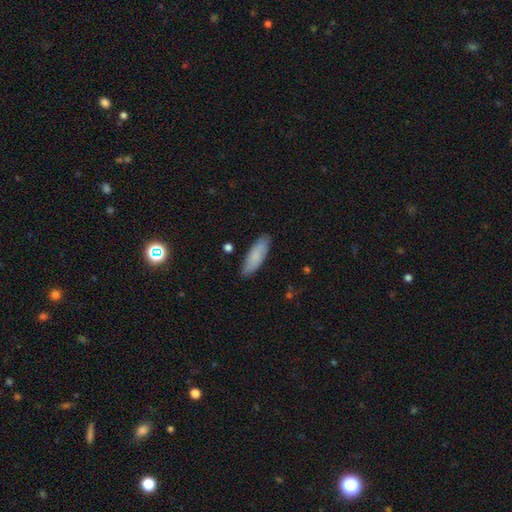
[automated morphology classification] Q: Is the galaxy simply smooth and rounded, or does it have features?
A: smooth — 81%.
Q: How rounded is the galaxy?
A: in between — 56%.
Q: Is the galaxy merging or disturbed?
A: none — 86%.